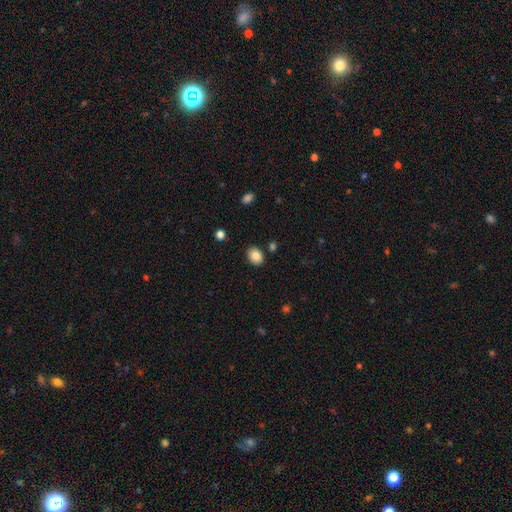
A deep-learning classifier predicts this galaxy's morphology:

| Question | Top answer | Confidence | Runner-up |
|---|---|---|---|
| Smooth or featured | smooth | 86% | star or artifact (9%) |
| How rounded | in between | 65% | round (34%) |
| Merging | none | 85% | minor disturbance (10%) |